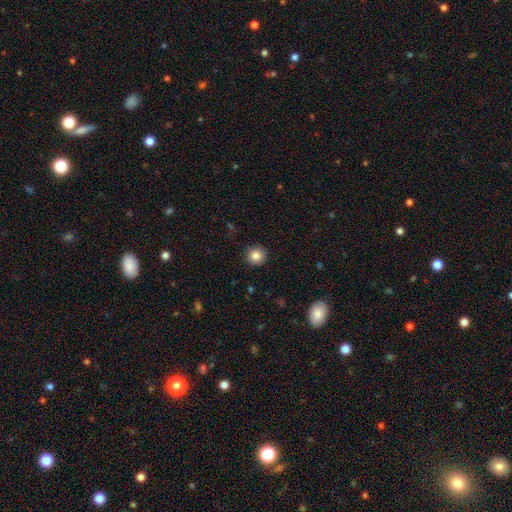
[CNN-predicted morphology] Smooth or featured? Predicted: smooth (p=0.84). How rounded? Predicted: round (p=0.93). Merging? Predicted: none (p=0.91).